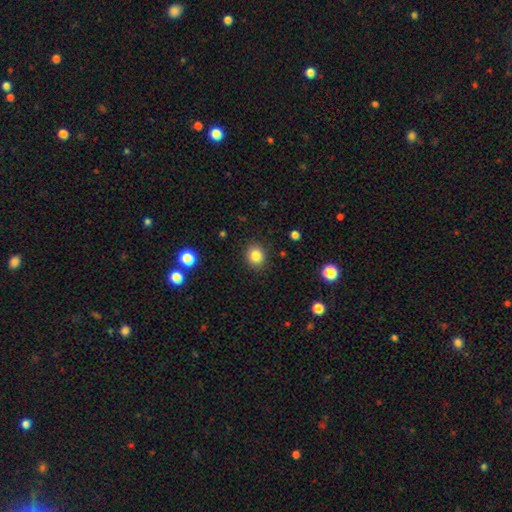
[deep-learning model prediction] The model was most divided on "how rounded": round: 77%, in between: 22%, cigar-shaped: 1%. More confident: merging — none (90%); smooth or featured — smooth (84%).